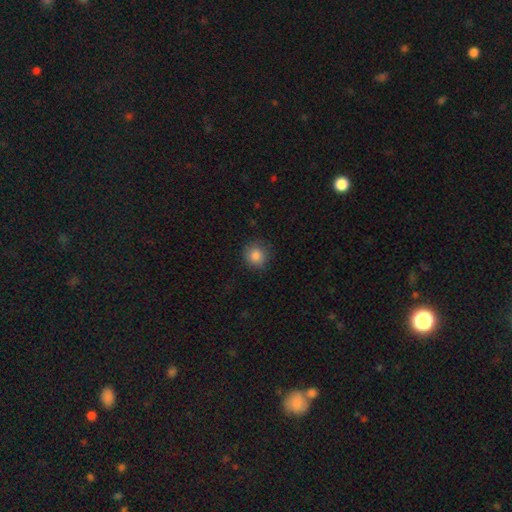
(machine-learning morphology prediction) smooth_or_featured: smooth (p=0.85) [alt: star or artifact p=0.10]
how_rounded: round (p=0.91) [alt: in between p=0.08]
merging: none (p=0.86) [alt: minor disturbance p=0.11]